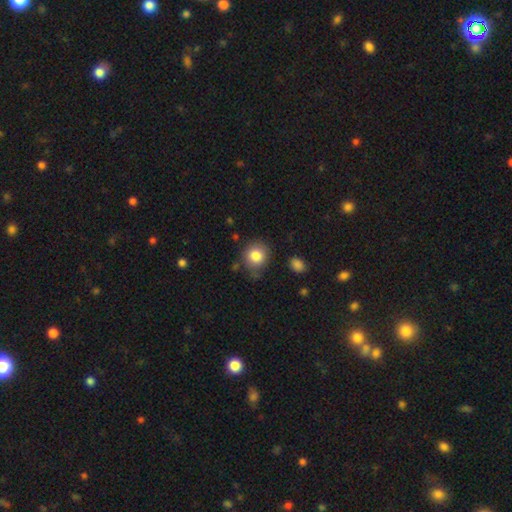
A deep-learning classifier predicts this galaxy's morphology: smooth-or-featured: smooth: 84% | star or artifact: 9% | featured or disk: 7%
  how-rounded: round: 82% | in between: 17% | cigar-shaped: 1%
  merging: none: 73% | minor disturbance: 18% | major disturbance: 5% | merger: 3%